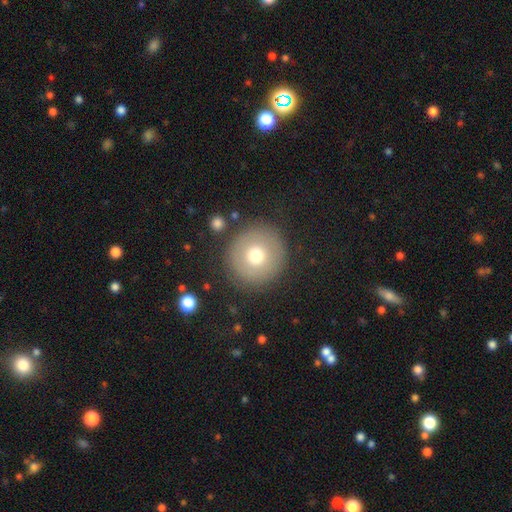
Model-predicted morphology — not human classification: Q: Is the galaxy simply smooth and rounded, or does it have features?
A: smooth — 69%.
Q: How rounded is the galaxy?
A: round — 95%.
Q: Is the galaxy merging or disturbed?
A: none — 87%.